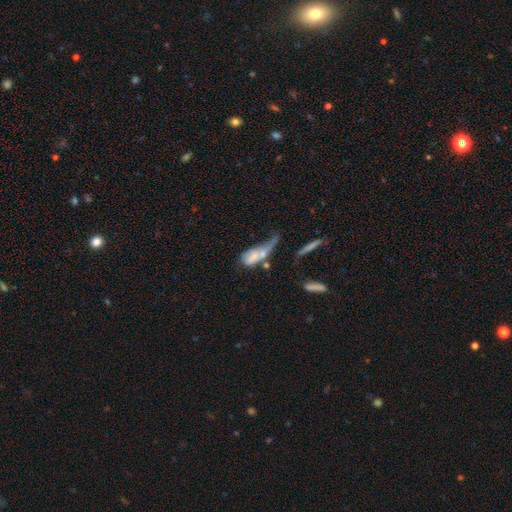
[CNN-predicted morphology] This appears to be a smooth galaxy with no disk features (56%) that is in between round and cigar-shaped (73%). Merging: major disturbance (37%).